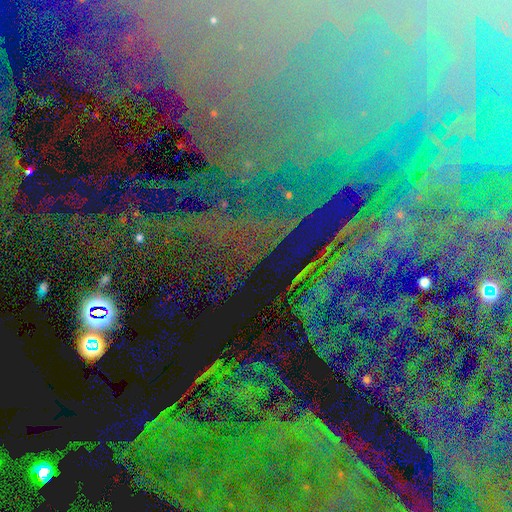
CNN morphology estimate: smooth_or_featured: star or artifact (p=0.85) [alt: featured or disk p=0.08]